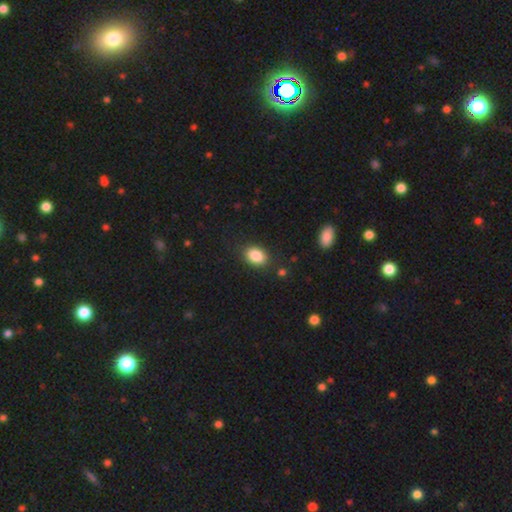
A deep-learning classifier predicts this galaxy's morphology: type=smooth (87%); roundness=in between (79%); merging=none (85%).